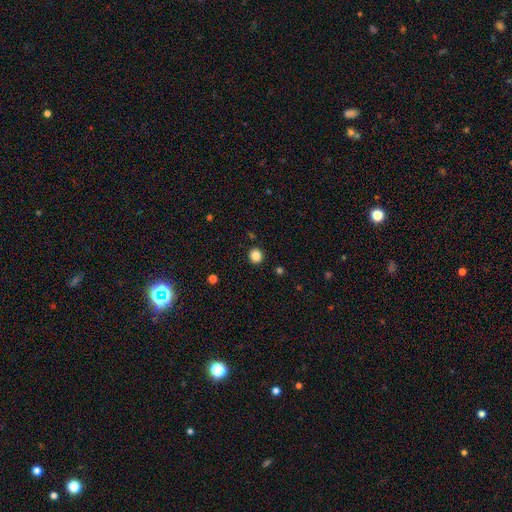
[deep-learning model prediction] This appears to be a smooth galaxy with no disk features (85%) that is round (89%). Merging: none (92%).